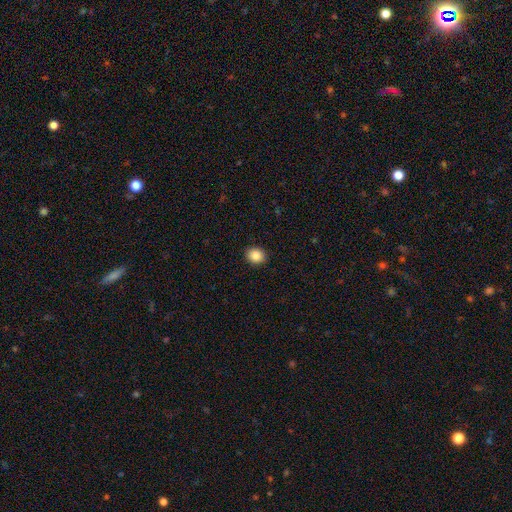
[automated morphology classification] Overall: smooth (87%). How rounded: round (68%; in between 31%). Merging: none (92%).